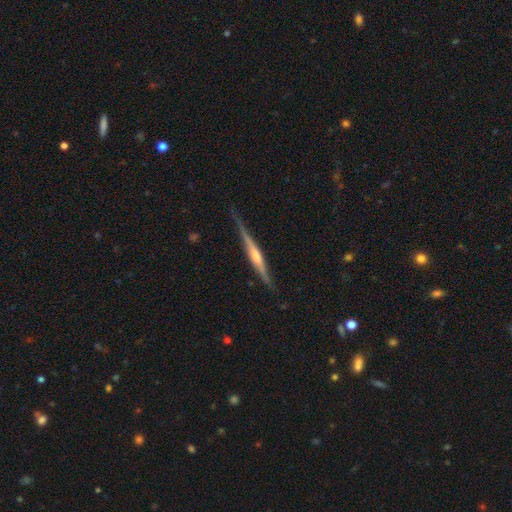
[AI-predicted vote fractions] This appears to be a featured or disk galaxy (81%) viewed edge-on (98%) with a rounded central bulge (75%). Merging: none (85%).